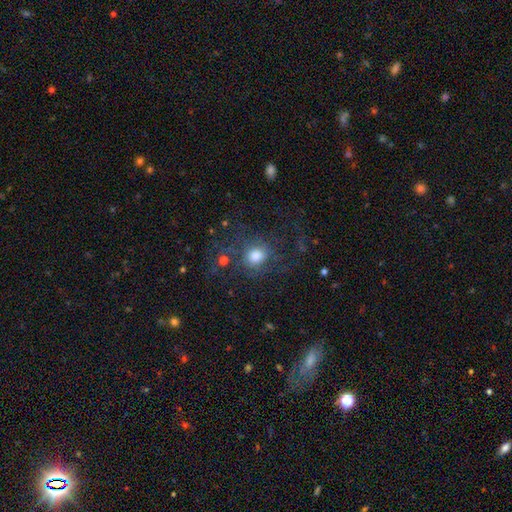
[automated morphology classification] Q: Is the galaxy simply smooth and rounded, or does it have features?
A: smooth — 58%.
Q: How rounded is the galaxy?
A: round — 76%.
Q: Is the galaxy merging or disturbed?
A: none — 60%.